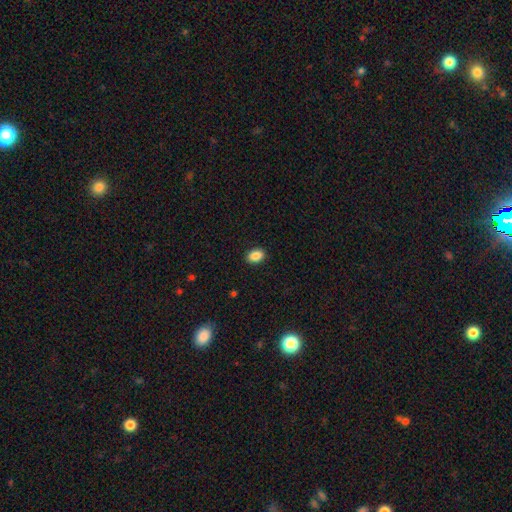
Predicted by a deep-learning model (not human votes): Smooth or featured: smooth — 89% (star or artifact — 8%)
How rounded: in between — 84% (round — 15%)
Merging: none — 90% (minor disturbance — 7%)